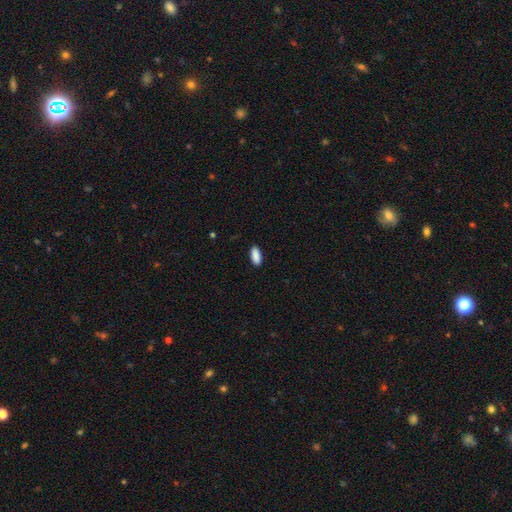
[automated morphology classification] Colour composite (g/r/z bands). It shows a smooth galaxy with no disk features (90%) that is in between round and cigar-shaped (81%). Merging: none (89%).